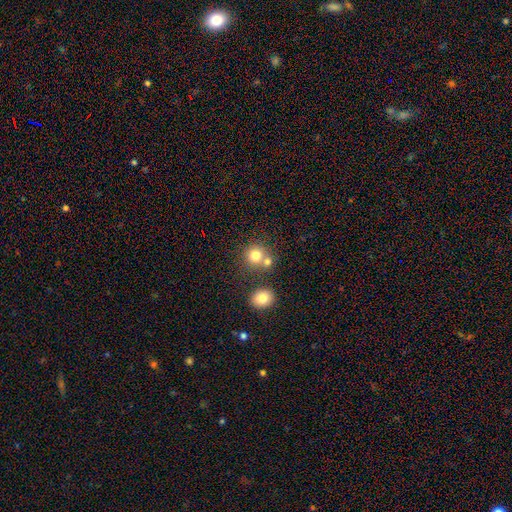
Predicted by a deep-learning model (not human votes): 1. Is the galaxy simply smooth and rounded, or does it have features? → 78% smooth, 12% star or artifact, 10% featured or disk.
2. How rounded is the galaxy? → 88% round, 11% in between, 1% cigar-shaped.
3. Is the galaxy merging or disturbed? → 55% none, 34% merger, 7% minor disturbance, 3% major disturbance.